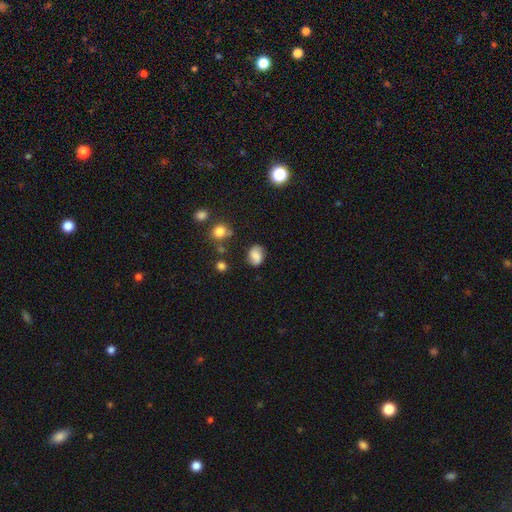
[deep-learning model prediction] Smooth or featured? smooth (68%)
How rounded? in between (64%)
Merging? none (70%)